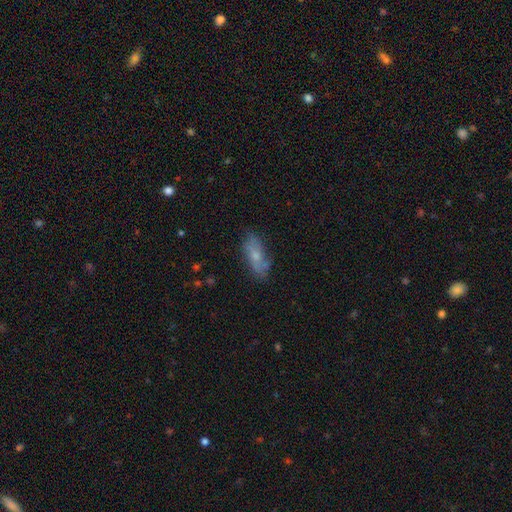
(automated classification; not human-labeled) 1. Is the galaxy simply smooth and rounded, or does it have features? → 56% smooth, 36% featured or disk, 8% star or artifact.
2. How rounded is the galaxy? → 70% in between, 27% cigar-shaped, 3% round.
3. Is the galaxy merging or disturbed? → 69% none, 22% minor disturbance, 6% major disturbance, 3% merger.